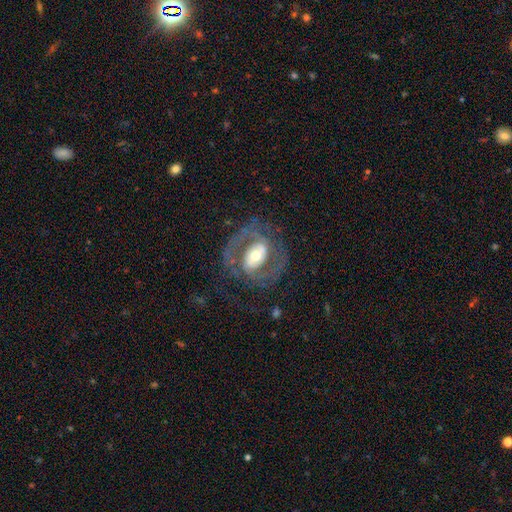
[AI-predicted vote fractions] Smooth or featured: featured or disk — 83% (smooth — 12%)
Edge-on disk: no — 96% (yes — 4%)
Bar: weak — 37% (no — 33%)
Spiral arms: yes — 85% (no — 15%)
Spiral winding: medium — 50% (tight — 31%)
Spiral arm count: 2 — 83% (can't tell — 8%)
Bulge size: moderate — 63% (small — 19%)
Merging: none — 68% (major disturbance — 16%)